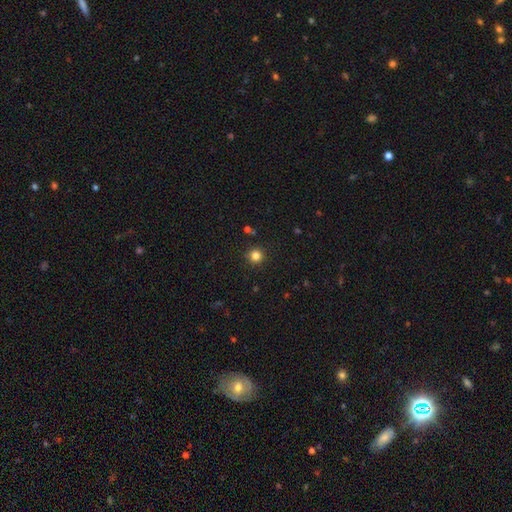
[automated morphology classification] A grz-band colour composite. It shows a smooth galaxy with no disk features (82%) that is round (94%). Merging: none (91%).